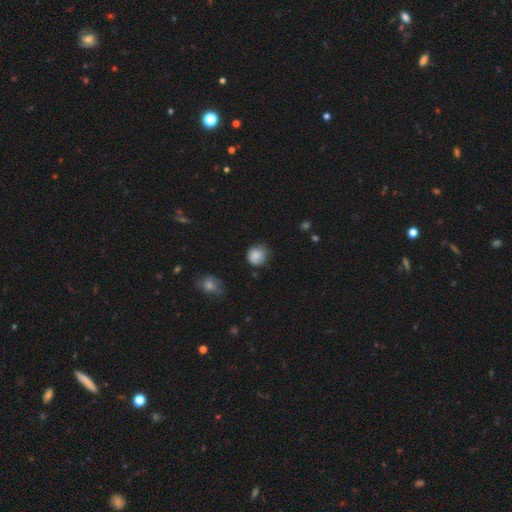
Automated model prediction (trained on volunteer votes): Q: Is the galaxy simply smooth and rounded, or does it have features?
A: smooth — 79%.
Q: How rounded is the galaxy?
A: round — 80%.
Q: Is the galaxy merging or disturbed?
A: none — 63%.